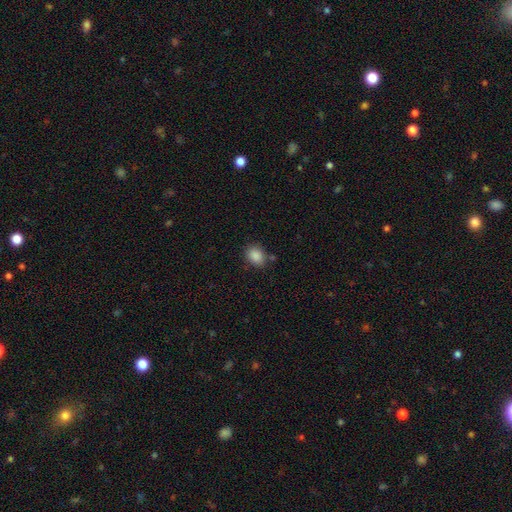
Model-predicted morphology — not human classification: A smooth galaxy with no disk features (88%) that is in between round and cigar-shaped (66%). Merging: none (79%).